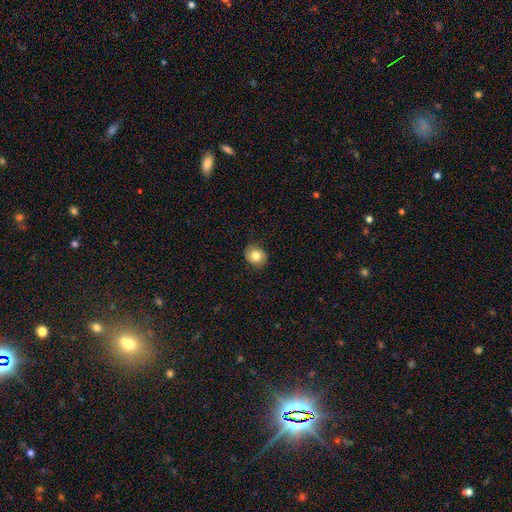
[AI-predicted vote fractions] Smooth or featured: smooth — 73% (featured or disk — 18%)
How rounded: round — 76% (in between — 23%)
Merging: none — 83% (minor disturbance — 13%)